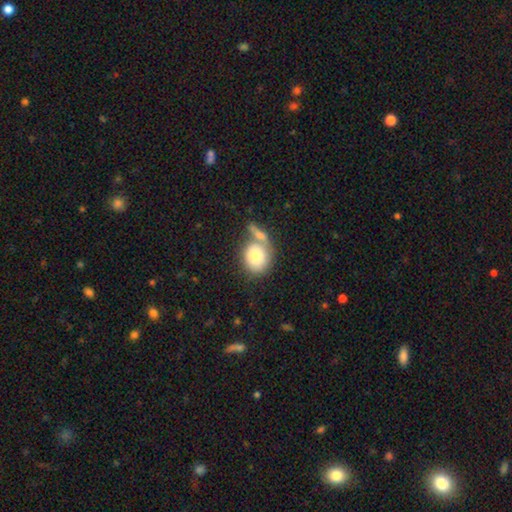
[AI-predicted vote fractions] Overall: smooth (78%). How rounded: round (63%; in between 35%). Merging: none (43%; merger 38%).